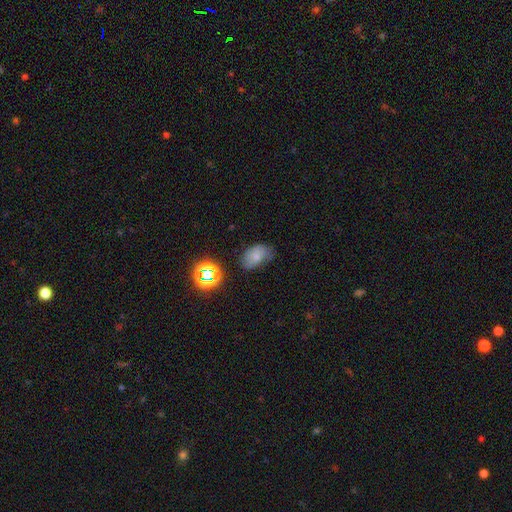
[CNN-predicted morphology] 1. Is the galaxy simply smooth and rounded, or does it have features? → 70% smooth, 16% star or artifact, 14% featured or disk.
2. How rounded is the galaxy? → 86% in between, 13% round, 1% cigar-shaped.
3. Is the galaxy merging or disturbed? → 53% none, 33% minor disturbance, 10% major disturbance, 3% merger.